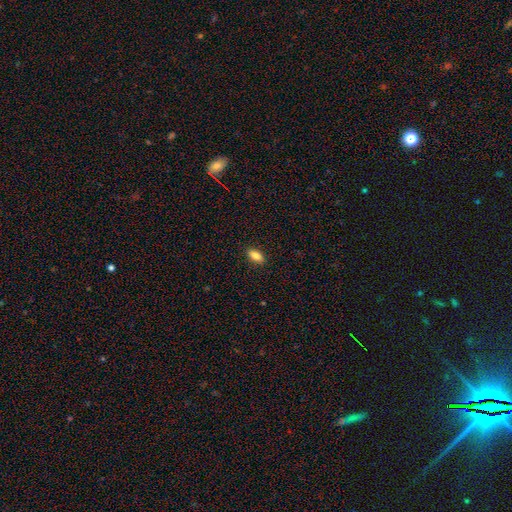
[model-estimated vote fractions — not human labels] smooth_or_featured: smooth (p=0.82) [alt: featured or disk p=0.10]
how_rounded: in between (p=0.86) [alt: cigar-shaped p=0.09]
merging: none (p=0.89) [alt: minor disturbance p=0.08]